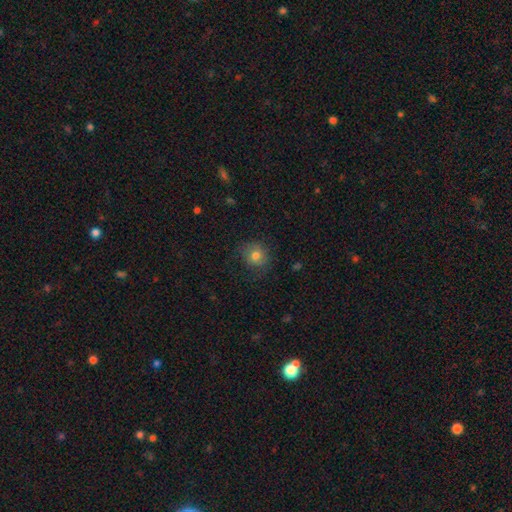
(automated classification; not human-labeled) smooth_or_featured: smooth (p=0.77) [alt: featured or disk p=0.12]
how_rounded: round (p=0.80) [alt: in between p=0.19]
merging: none (p=0.75) [alt: minor disturbance p=0.17]